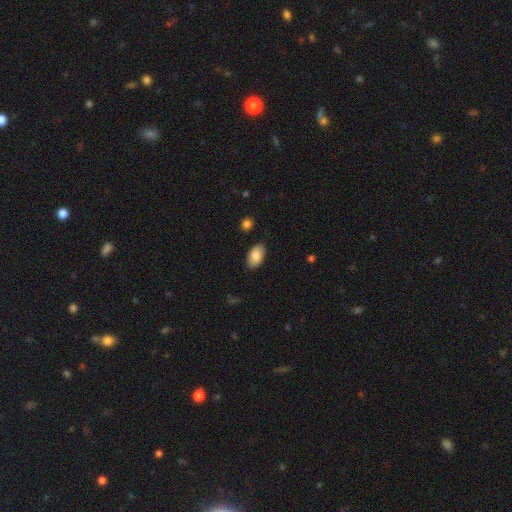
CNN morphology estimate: Smooth or featured? smooth (85%)
How rounded? in between (95%)
Merging? none (87%)